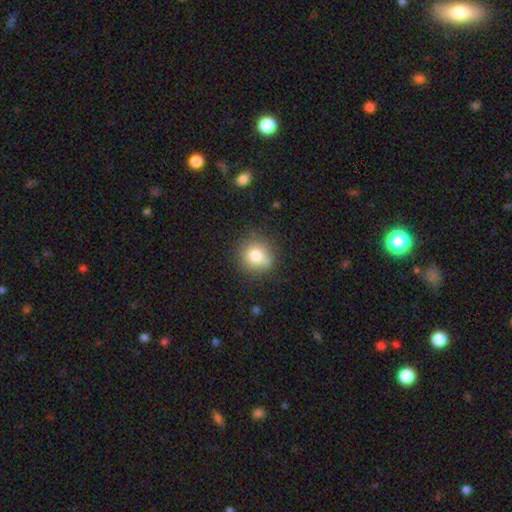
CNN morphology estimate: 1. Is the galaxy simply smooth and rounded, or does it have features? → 79% smooth, 11% star or artifact, 10% featured or disk.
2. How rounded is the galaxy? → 87% round, 12% in between, 1% cigar-shaped.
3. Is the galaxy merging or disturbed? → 76% none, 15% minor disturbance, 5% merger, 4% major disturbance.